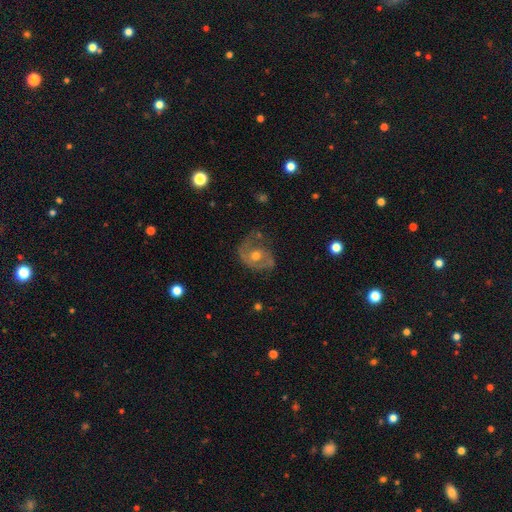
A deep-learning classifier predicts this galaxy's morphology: The model was most divided on "spiral winding": medium: 44%, tight: 32%, loose: 24%. More confident: edge-on disk — no (96%); spiral arms — yes (77%); bar — no (71%); bulge size — moderate (71%); smooth or featured — featured or disk (70%); spiral arm count — 2 (60%); merging — none (58%).